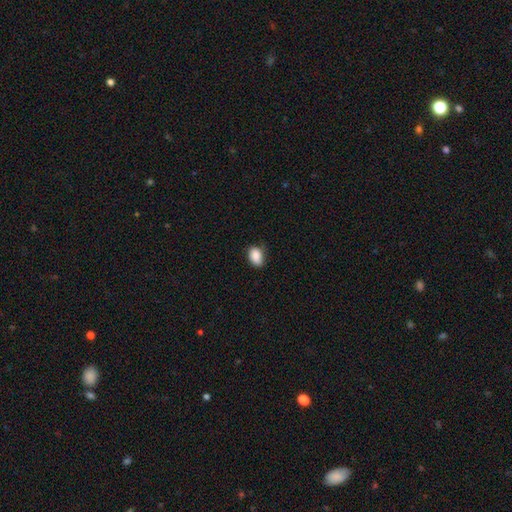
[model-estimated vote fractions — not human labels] Overall: smooth (88%). How rounded: in between (82%). Merging: none (75%).